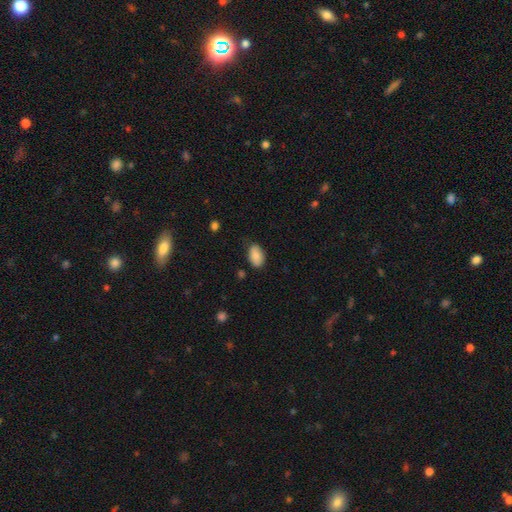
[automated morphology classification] Smooth or featured? smooth (84%)
How rounded? in between (92%)
Merging? none (72%)